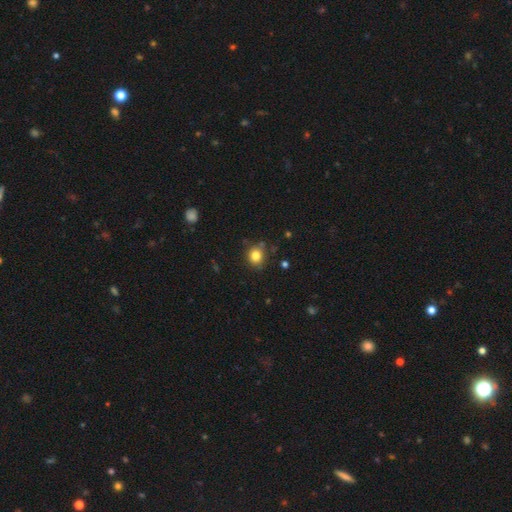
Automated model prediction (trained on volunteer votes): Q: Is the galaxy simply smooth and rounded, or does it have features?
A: smooth — 81%.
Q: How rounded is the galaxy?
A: round — 79%.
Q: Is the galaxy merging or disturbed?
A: none — 82%.